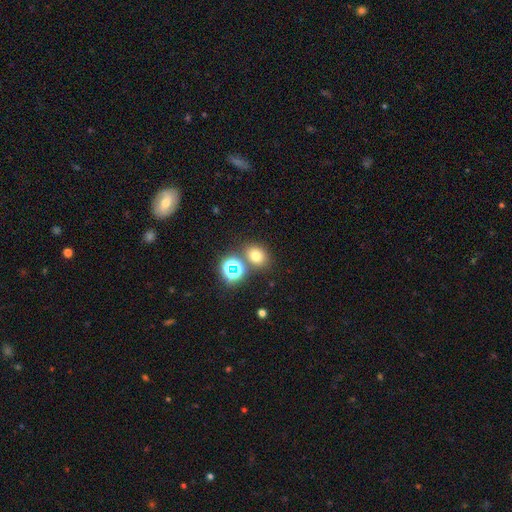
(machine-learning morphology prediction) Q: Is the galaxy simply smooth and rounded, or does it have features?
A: smooth — 68%.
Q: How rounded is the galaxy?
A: round — 57%.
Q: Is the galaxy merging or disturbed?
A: none — 72%.